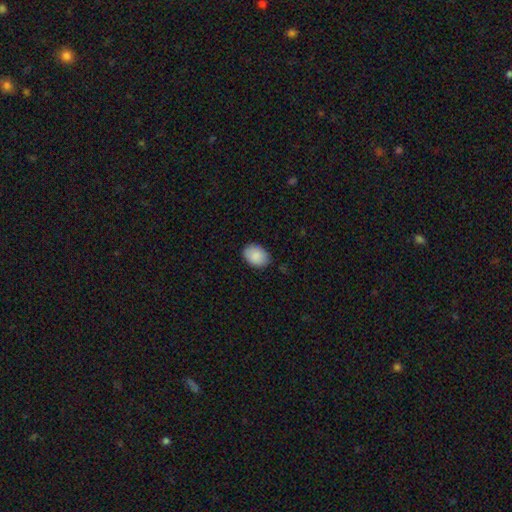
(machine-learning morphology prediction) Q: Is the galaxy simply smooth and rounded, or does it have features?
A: smooth — 89%.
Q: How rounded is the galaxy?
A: in between — 77%.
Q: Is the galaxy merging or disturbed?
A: none — 83%.